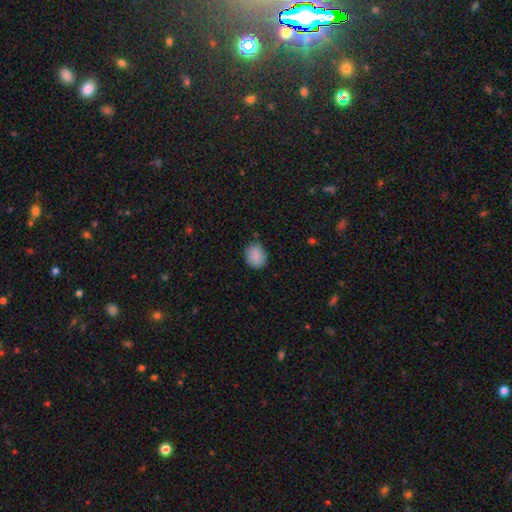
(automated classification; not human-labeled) Smooth or featured?
  - smooth: 88% *
  - star or artifact: 7%
  - featured or disk: 5%
How rounded?
  - round: 59% *
  - in between: 40%
  - cigar-shaped: 1%
Merging?
  - none: 82% *
  - minor disturbance: 14%
  - major disturbance: 3%
  - merger: 1%